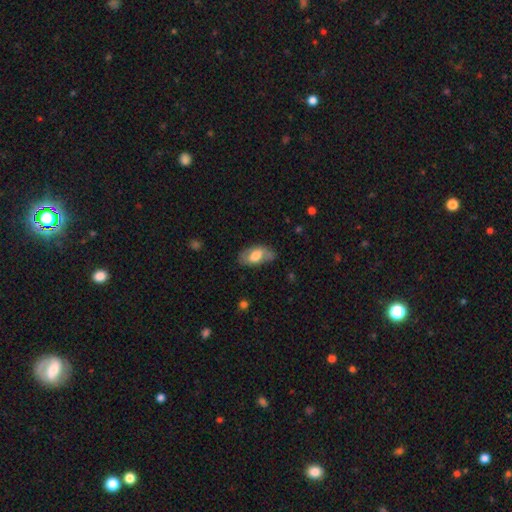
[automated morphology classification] Smooth or featured: smooth — 65% (featured or disk — 29%)
How rounded: in between — 93% (round — 4%)
Merging: none — 70% (minor disturbance — 22%)